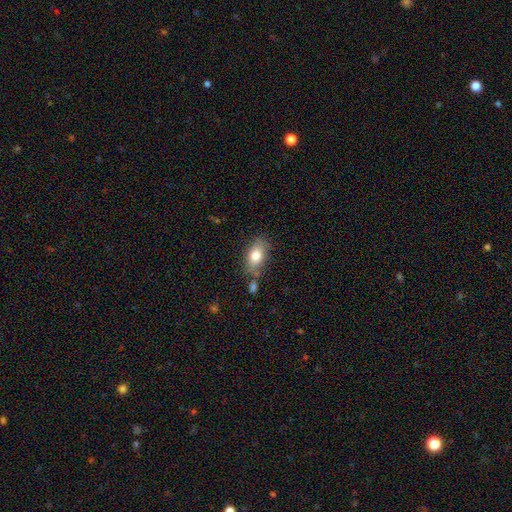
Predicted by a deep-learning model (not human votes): Morphology: type=smooth (79%); roundness=in between (89%); merging=none (70%).